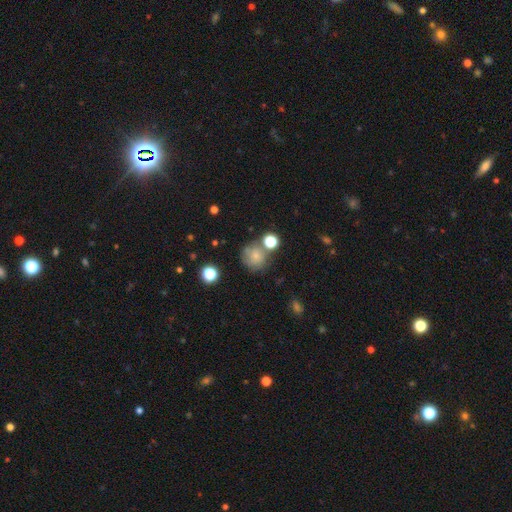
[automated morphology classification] type=smooth (65%); roundness=round (85%); merging=none (57%).